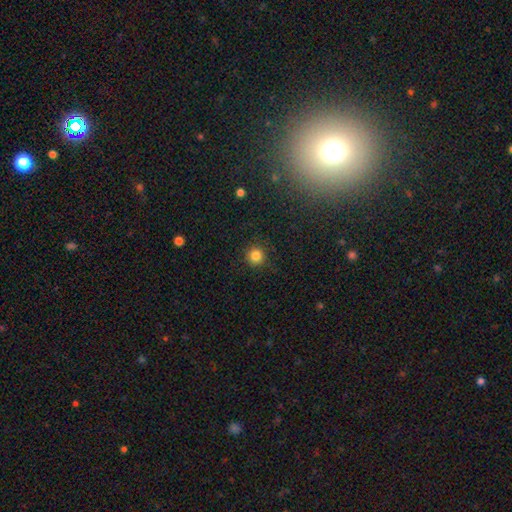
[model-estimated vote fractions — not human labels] Smooth or featured?
  - smooth: 84% *
  - star or artifact: 12%
  - featured or disk: 5%
How rounded?
  - round: 94% *
  - in between: 5%
  - cigar-shaped: 1%
Merging?
  - none: 90% *
  - minor disturbance: 7%
  - major disturbance: 2%
  - merger: 1%